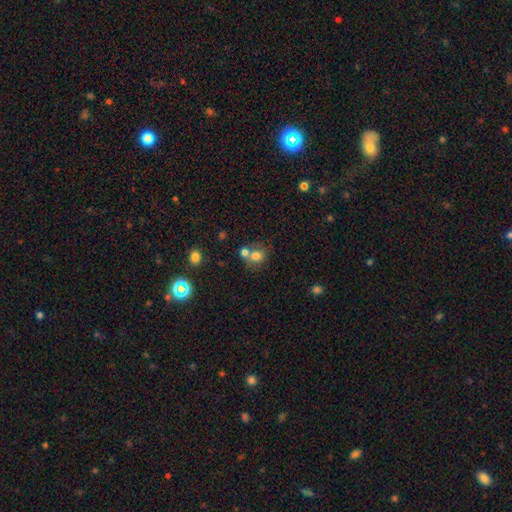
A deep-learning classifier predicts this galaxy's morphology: Smooth or featured: smooth — 73% (featured or disk — 14%)
How rounded: round — 76% (in between — 23%)
Merging: none — 45% (merger — 40%)